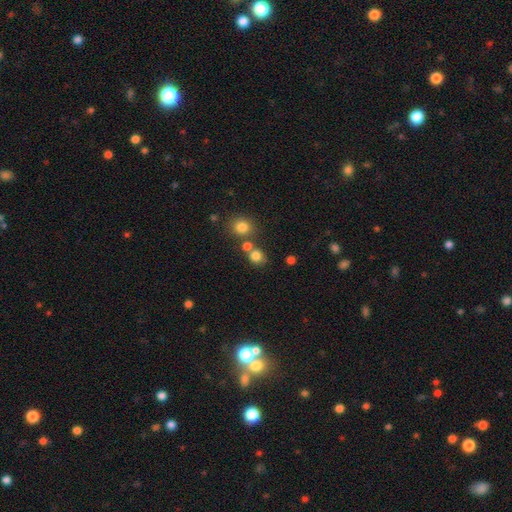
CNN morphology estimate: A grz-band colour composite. It shows a smooth galaxy with no disk features (79%) that is round (80%). Merging: none (60%).